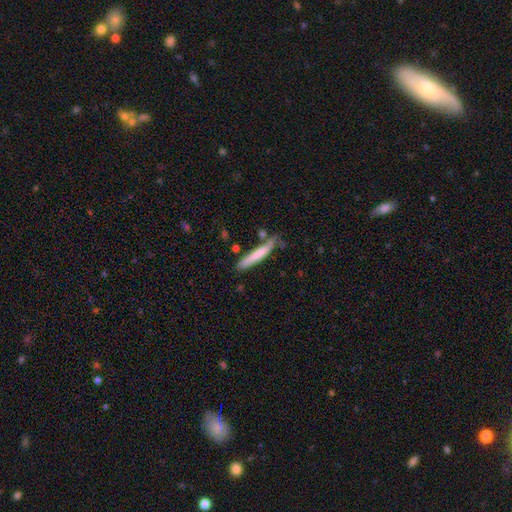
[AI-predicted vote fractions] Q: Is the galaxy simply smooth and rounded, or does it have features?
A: smooth — 68%.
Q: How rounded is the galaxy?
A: cigar-shaped — 94%.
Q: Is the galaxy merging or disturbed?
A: none — 71%.